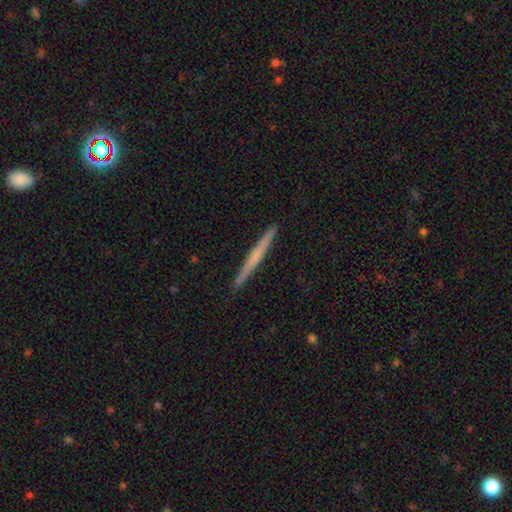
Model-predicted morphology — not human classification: Smooth or featured? Predicted: featured or disk (p=0.52). Edge-on disk? Predicted: yes (p=0.98). Edge-on bulge? Predicted: none (p=0.72). Merging? Predicted: none (p=0.93).